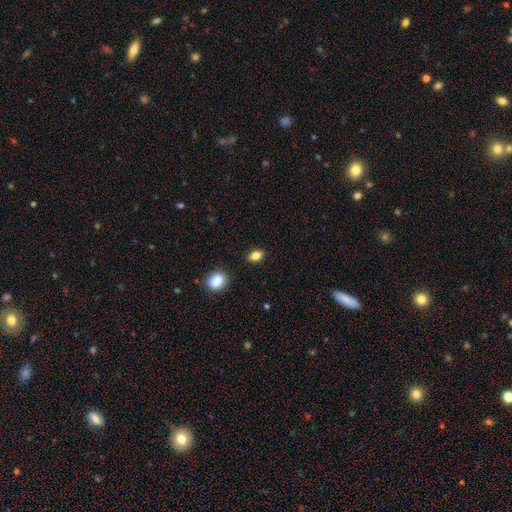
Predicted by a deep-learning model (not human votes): Morphology: type=smooth (83%); roundness=in between (79%); merging=none (88%).